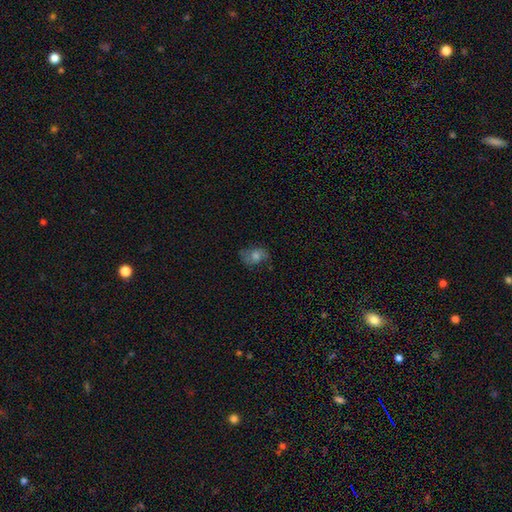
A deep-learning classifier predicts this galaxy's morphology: Smooth or featured: smooth — 51% (featured or disk — 33%)
How rounded: in between — 61% (round — 37%)
Merging: none — 63% (minor disturbance — 24%)